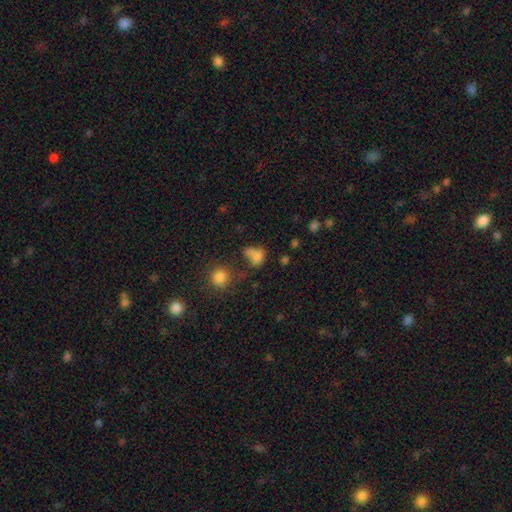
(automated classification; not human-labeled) smooth-or-featured: smooth: 72% | star or artifact: 16% | featured or disk: 12%
  how-rounded: in between: 65% | round: 32% | cigar-shaped: 3%
  merging: none: 34% | merger: 33% | minor disturbance: 17% | major disturbance: 16%